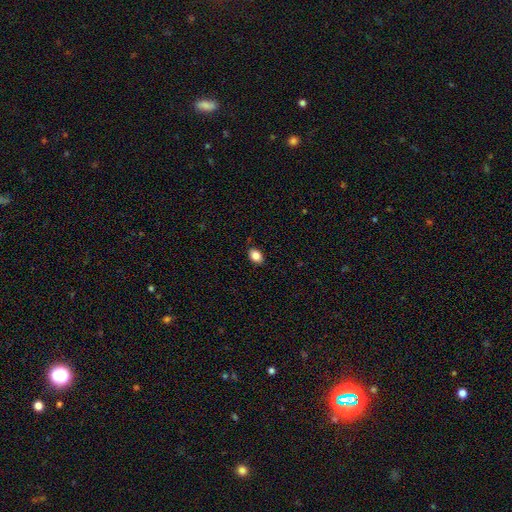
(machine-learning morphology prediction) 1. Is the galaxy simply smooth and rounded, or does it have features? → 86% smooth, 9% star or artifact, 5% featured or disk.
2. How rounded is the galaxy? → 80% in between, 18% round, 1% cigar-shaped.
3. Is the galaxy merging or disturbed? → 88% none, 9% minor disturbance, 2% major disturbance, 1% merger.